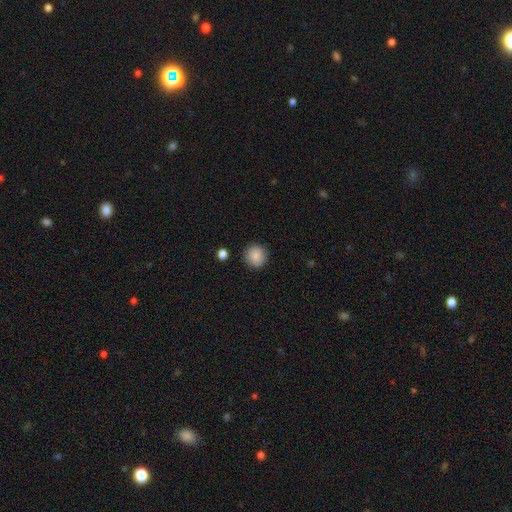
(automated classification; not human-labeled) Q: Smooth or featured?
A: smooth (86%); runner-up: star or artifact (8%)
Q: How rounded?
A: round (93%); runner-up: in between (7%)
Q: Merging?
A: none (88%); runner-up: minor disturbance (8%)